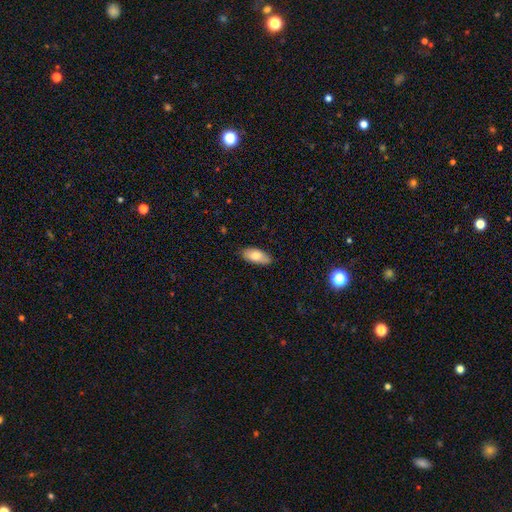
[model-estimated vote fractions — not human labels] This appears to be a smooth galaxy with no disk features (80%) that is in between round and cigar-shaped (88%). Merging: none (84%).